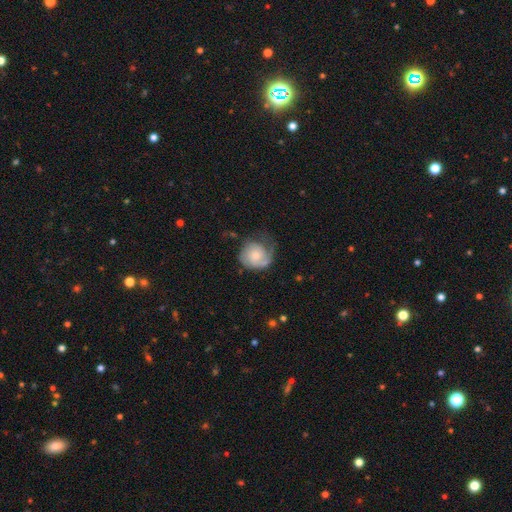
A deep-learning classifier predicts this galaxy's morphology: Smooth or featured? featured or disk (51%)
Edge-on disk? no (98%)
Merging? none (46%)